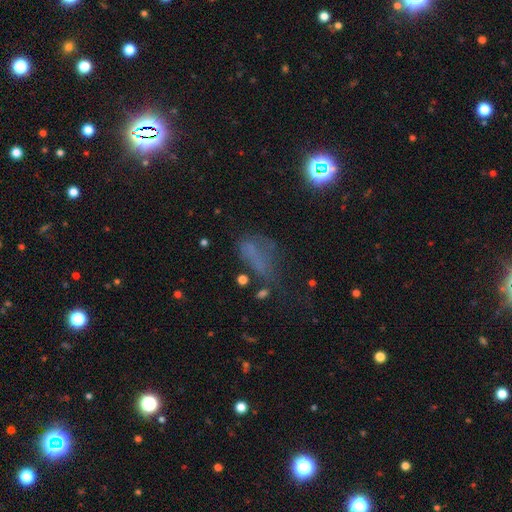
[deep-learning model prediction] Smooth or featured? smooth (40%)
Merging? major disturbance (36%)